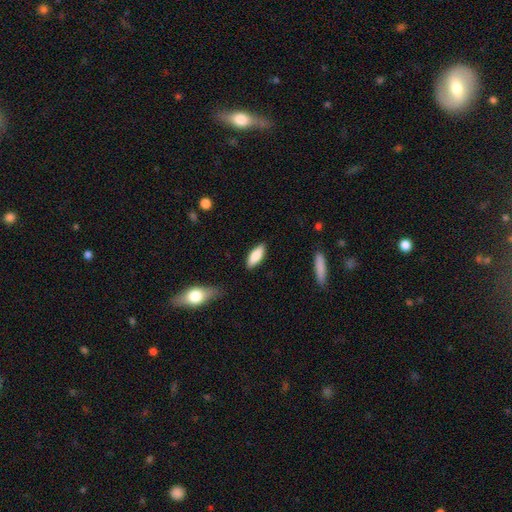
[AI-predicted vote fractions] smooth 81%, featured or disk 13%, star or artifact 6%. Down the decision tree: how rounded — in between (68%); merging — none (84%).